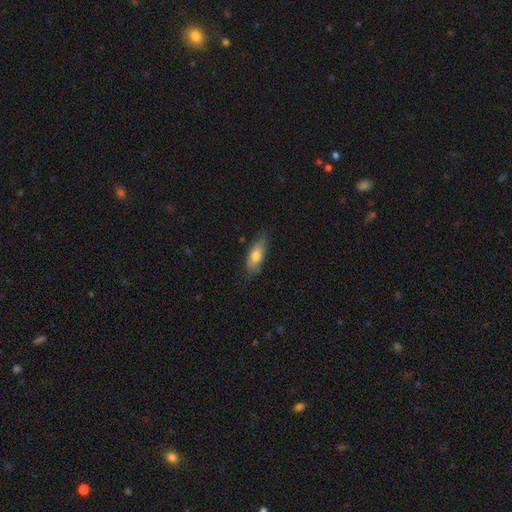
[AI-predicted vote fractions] The model was most divided on "how rounded": in between: 70%, cigar-shaped: 27%, round: 3%. More confident: smooth or featured — smooth (74%); merging — none (73%).